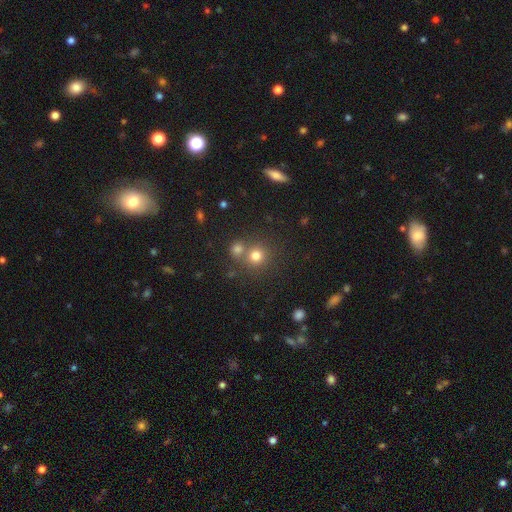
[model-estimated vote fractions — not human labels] This is likely a smooth galaxy (75%). How rounded: clearly round (89%). Merging: likely none (61%).